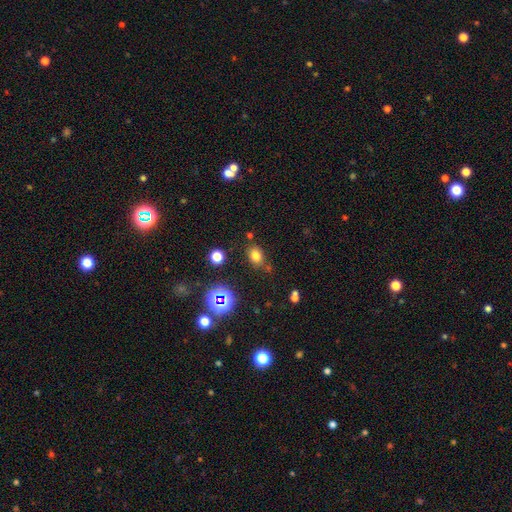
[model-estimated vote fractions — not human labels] This appears to be a smooth galaxy with no disk features (74%) that is in between round and cigar-shaped (62%). Merging: none (73%).